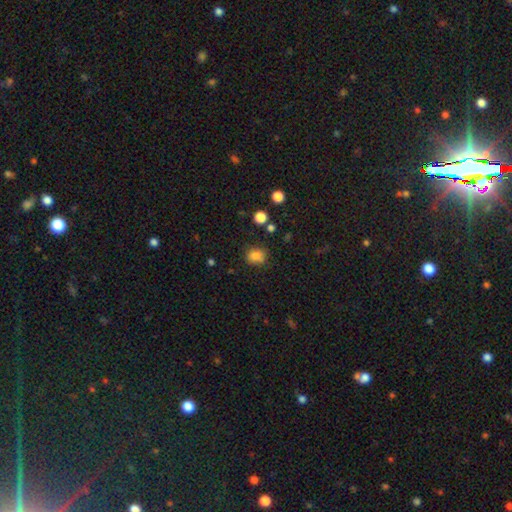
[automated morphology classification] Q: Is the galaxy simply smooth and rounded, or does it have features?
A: smooth — 81%.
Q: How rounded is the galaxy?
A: round — 60%.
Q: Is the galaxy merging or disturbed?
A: none — 70%.